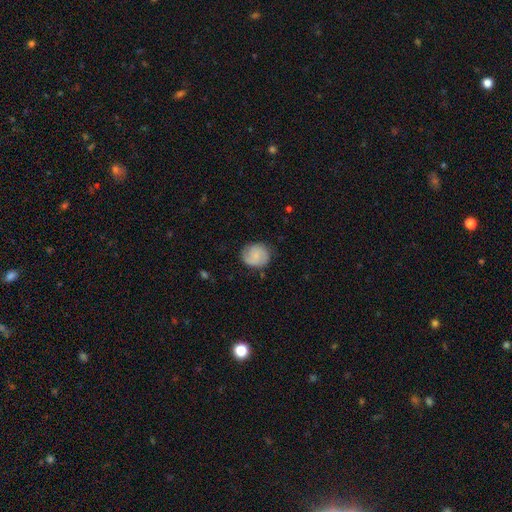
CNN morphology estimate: smooth-or-featured: smooth: 52% | featured or disk: 41% | star or artifact: 7%
  how-rounded: round: 77% | in between: 21% | cigar-shaped: 1%
  merging: none: 78% | minor disturbance: 16% | major disturbance: 5% | merger: 1%